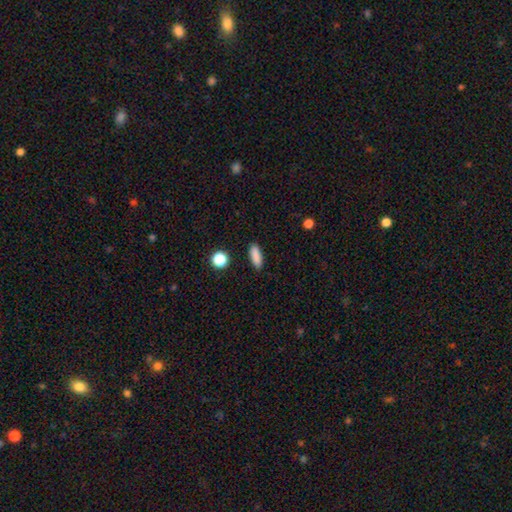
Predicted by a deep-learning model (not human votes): Smooth or featured? smooth (87%)
How rounded? in between (53%)
Merging? none (89%)